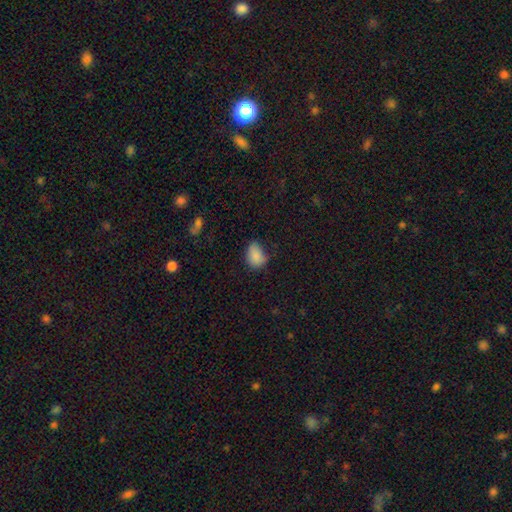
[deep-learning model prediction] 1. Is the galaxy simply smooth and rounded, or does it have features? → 84% smooth, 10% star or artifact, 7% featured or disk.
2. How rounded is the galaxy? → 72% in between, 26% round, 1% cigar-shaped.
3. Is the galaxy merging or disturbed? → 48% none, 39% minor disturbance, 10% major disturbance, 2% merger.